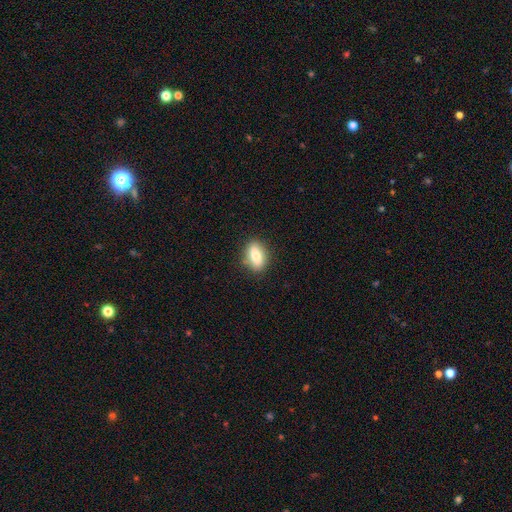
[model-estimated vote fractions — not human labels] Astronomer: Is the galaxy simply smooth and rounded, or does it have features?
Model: smooth — 74%.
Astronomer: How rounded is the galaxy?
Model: in between — 78%.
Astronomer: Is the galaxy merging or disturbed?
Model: none — 84%.